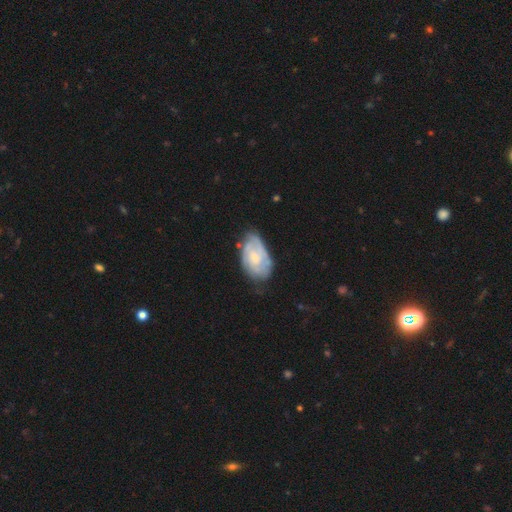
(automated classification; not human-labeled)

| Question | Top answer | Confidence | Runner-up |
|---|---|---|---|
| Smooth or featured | featured or disk | 61% | smooth (33%) |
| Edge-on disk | no | 96% | yes (4%) |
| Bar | no | 71% | weak (25%) |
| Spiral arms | yes | 76% | no (24%) |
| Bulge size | small | 53% | moderate (36%) |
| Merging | none | 56% | minor disturbance (32%) |